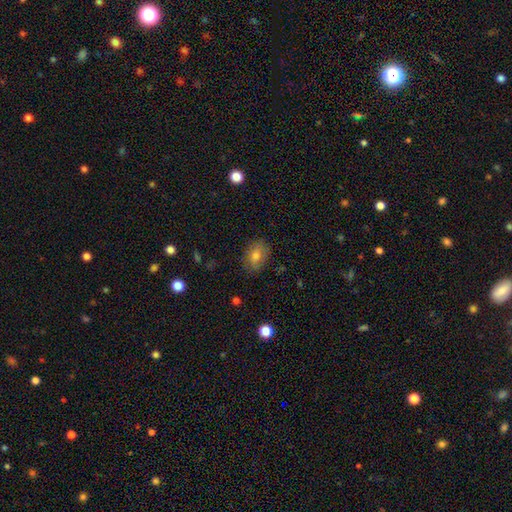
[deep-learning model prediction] smooth 69%, featured or disk 21%, star or artifact 10%. Down the decision tree: how rounded — in between (75%); merging — none (81%).